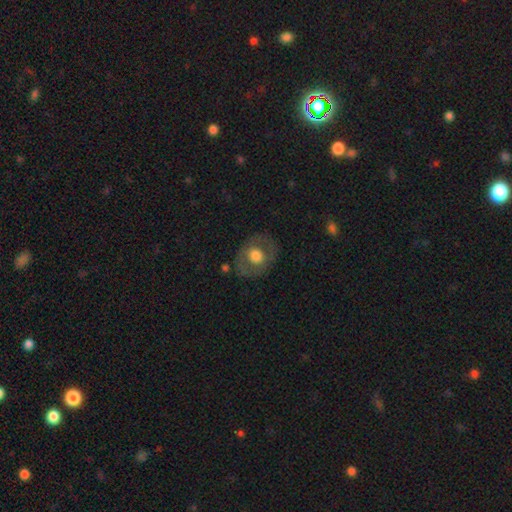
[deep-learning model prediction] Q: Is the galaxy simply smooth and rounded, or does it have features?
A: smooth — 54%.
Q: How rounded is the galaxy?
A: round — 62%.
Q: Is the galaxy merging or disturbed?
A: none — 78%.